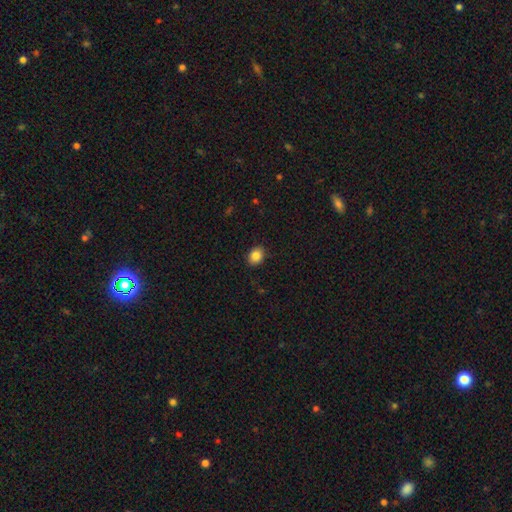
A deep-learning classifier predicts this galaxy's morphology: Smooth or featured? smooth (86%)
How rounded? in between (50%)
Merging? none (89%)